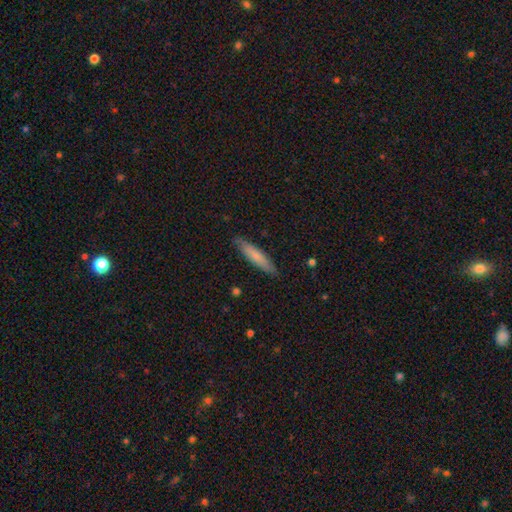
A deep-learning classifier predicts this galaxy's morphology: This is likely a smooth galaxy (72%). How rounded: clearly cigar-shaped (87%). Merging: clearly none (87%).